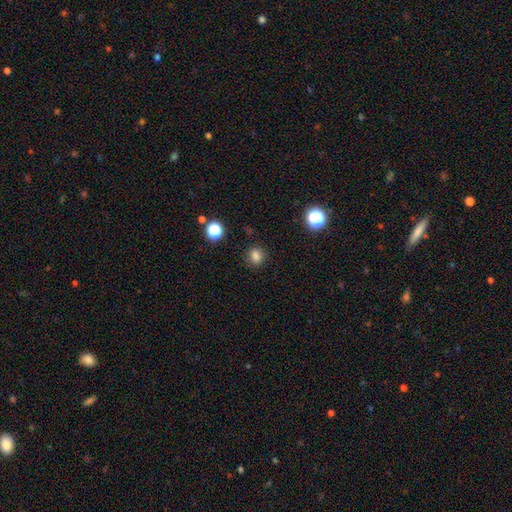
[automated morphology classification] The model was most divided on "how rounded": round: 67%, in between: 32%, cigar-shaped: 1%. More confident: merging — none (85%); smooth or featured — smooth (80%).